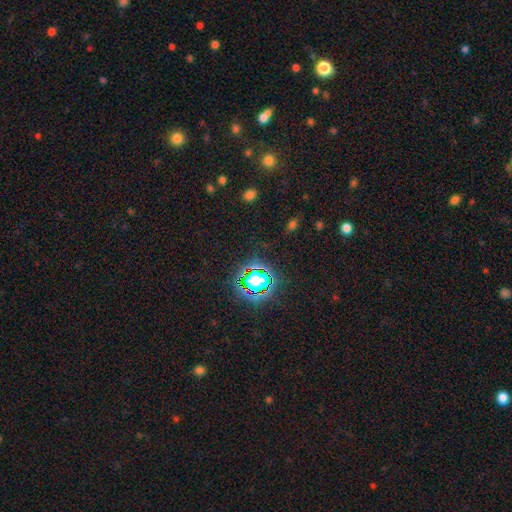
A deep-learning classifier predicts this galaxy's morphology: The model was most divided on "smooth or featured": star or artifact: 78%, smooth: 15%, featured or disk: 7%.